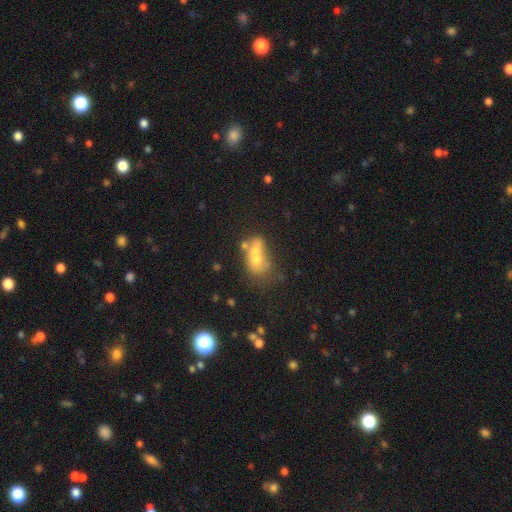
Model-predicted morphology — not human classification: This appears to be a smooth galaxy with no disk features (55%) that is in between round and cigar-shaped (68%). Merging: merger (59%).